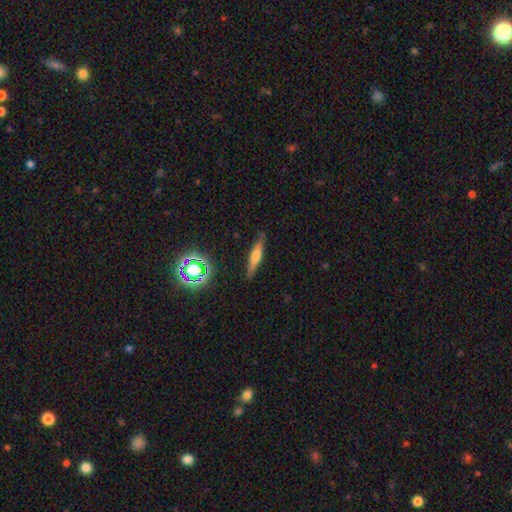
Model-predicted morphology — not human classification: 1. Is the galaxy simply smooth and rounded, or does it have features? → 48% smooth, 42% featured or disk, 10% star or artifact.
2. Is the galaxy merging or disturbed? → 85% none, 11% minor disturbance, 2% major disturbance, 1% merger.